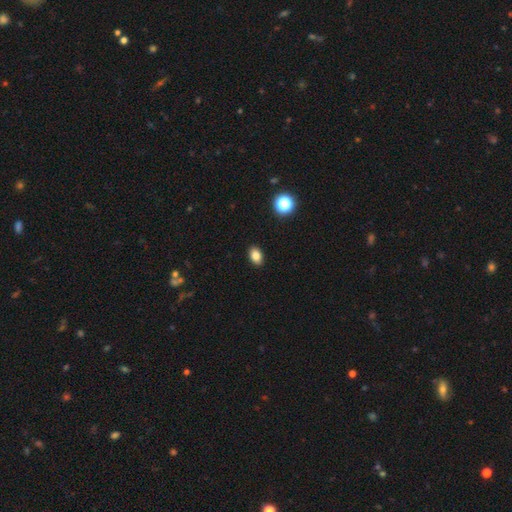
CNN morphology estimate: A smooth galaxy with no disk features (83%) that is in between round and cigar-shaped (83%). Merging: none (91%).